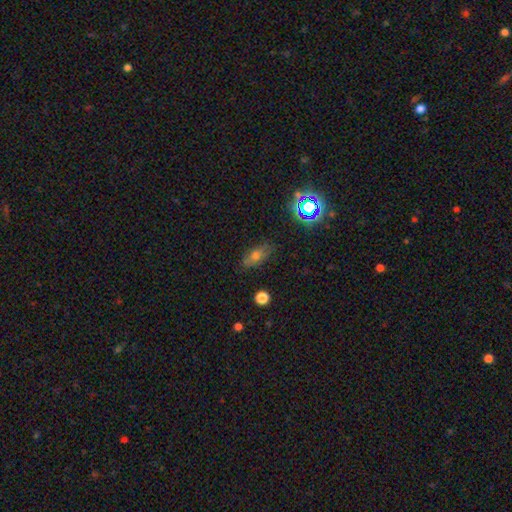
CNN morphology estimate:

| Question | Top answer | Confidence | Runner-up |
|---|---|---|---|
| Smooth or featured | smooth | 58% | star or artifact (22%) |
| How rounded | in between | 77% | cigar-shaped (12%) |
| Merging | none | 78% | minor disturbance (16%) |